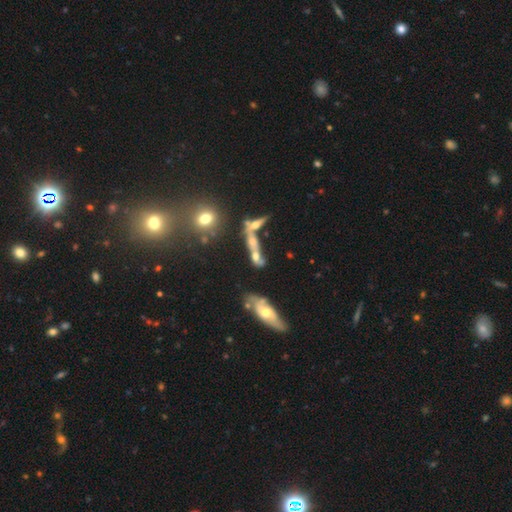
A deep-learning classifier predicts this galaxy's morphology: featured or disk 47%, smooth 38%, star or artifact 14%. Down the decision tree: merging — merger (56%).